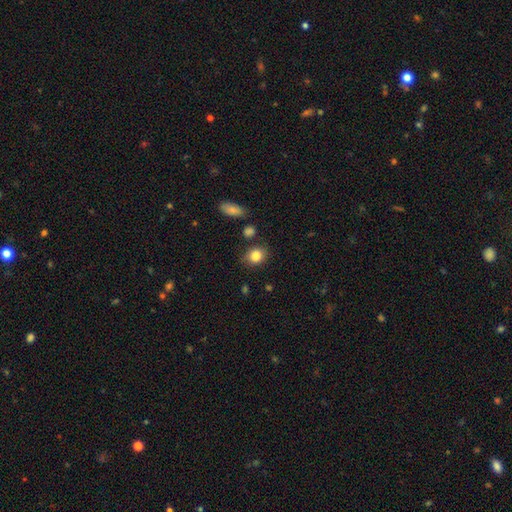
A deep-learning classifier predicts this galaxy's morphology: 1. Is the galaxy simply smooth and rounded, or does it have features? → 86% smooth, 9% star or artifact, 6% featured or disk.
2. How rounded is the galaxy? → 63% round, 36% in between, 1% cigar-shaped.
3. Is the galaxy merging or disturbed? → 79% none, 13% minor disturbance, 4% merger, 3% major disturbance.